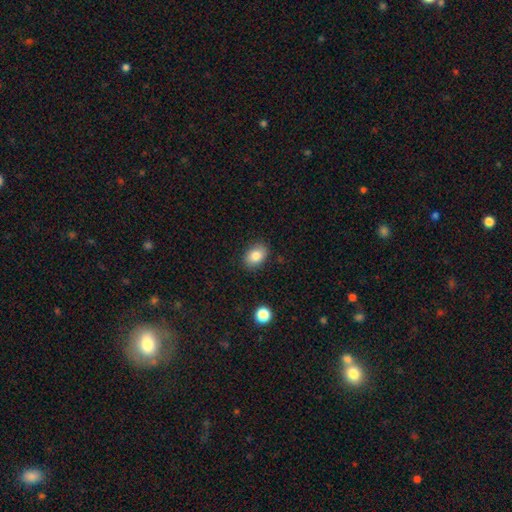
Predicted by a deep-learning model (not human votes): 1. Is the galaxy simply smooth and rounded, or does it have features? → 84% smooth, 9% star or artifact, 7% featured or disk.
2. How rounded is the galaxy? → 76% in between, 23% round, 1% cigar-shaped.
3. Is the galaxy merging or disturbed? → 87% none, 10% minor disturbance, 2% major disturbance, 1% merger.